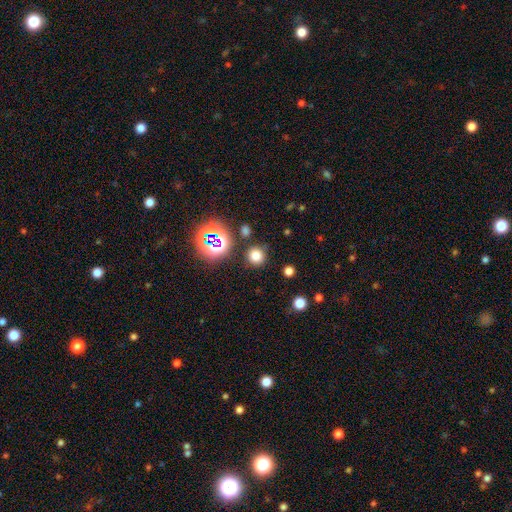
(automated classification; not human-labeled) A smooth galaxy with no disk features (71%) that is round (91%).

Vote fractions:
- Smooth or featured? smooth: 71% / star or artifact: 23% / featured or disk: 6%
- How rounded? round: 91% / in between: 8% / cigar-shaped: 1%
- Merging? none: 85% / minor disturbance: 8% / merger: 4% / major disturbance: 3%